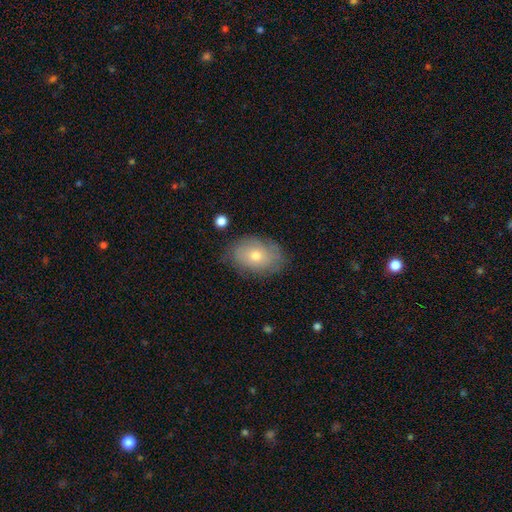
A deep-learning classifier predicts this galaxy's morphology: A smooth galaxy with no disk features (66%) that is in between round and cigar-shaped (84%).

Vote fractions:
- Smooth or featured? smooth: 66% / featured or disk: 26% / star or artifact: 9%
- How rounded? in between: 84% / round: 15% / cigar-shaped: 1%
- Merging? none: 75% / minor disturbance: 19% / major disturbance: 5% / merger: 1%